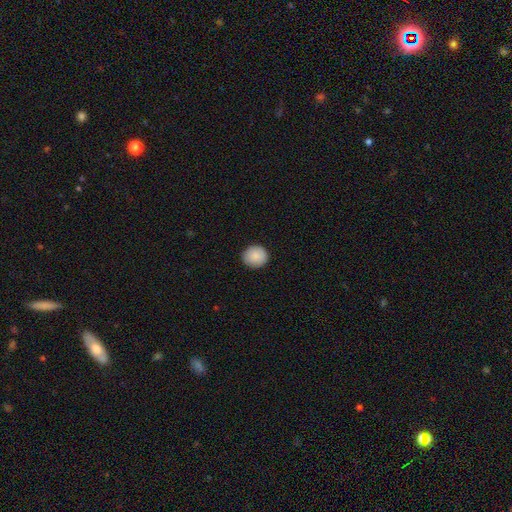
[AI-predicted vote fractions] This is clearly a smooth galaxy (88%). How rounded: clearly round (88%). Merging: clearly none (91%).